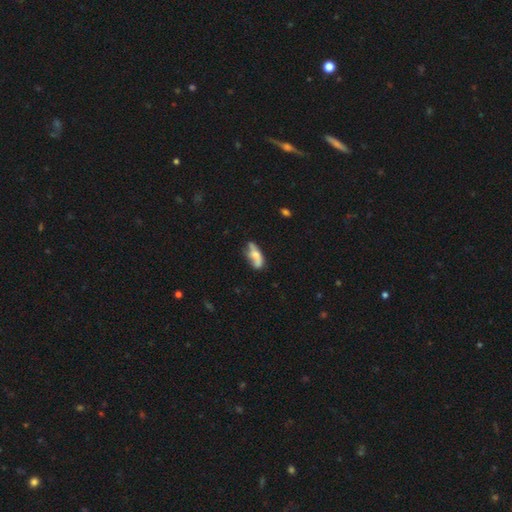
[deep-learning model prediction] Overall: smooth (51%; featured or disk 41%). How rounded: in between (65%; cigar-shaped 32%). Merging: none (44%; minor disturbance 28%).